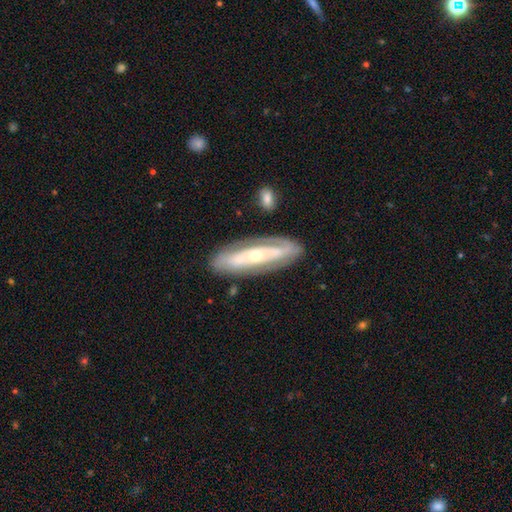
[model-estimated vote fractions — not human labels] smooth_or_featured: featured or disk (p=0.75) [alt: smooth p=0.19]
disk_edge_on: no (p=0.81) [alt: yes p=0.19]
bar: no (p=0.67) [alt: weak p=0.17]
has_spiral_arms: yes (p=0.67) [alt: no p=0.33]
bulge_size: small (p=0.58) [alt: moderate p=0.38]
merging: none (p=0.79) [alt: minor disturbance p=0.14]